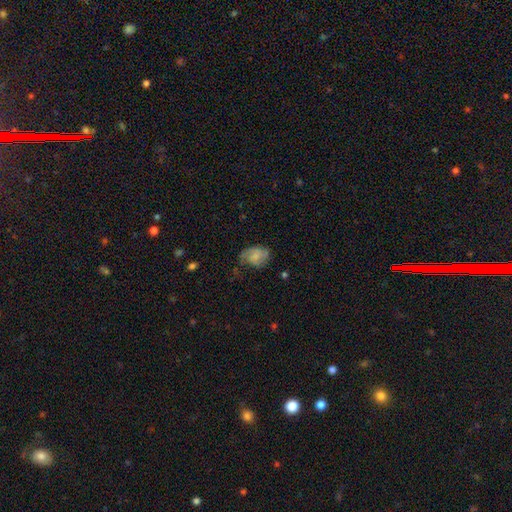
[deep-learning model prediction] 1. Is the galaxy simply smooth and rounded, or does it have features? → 47% smooth, 44% featured or disk, 9% star or artifact.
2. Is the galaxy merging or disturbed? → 43% none, 32% minor disturbance, 23% major disturbance, 2% merger.